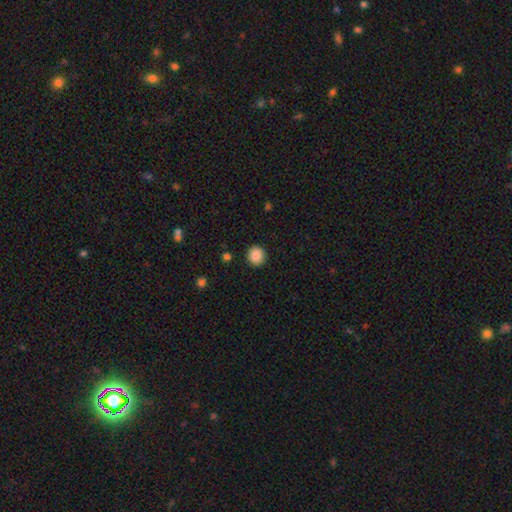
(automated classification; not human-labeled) smooth-or-featured: smooth: 87% | star or artifact: 9% | featured or disk: 4%
  how-rounded: round: 87% | in between: 12% | cigar-shaped: 1%
  merging: none: 91% | minor disturbance: 6% | major disturbance: 2% | merger: 1%